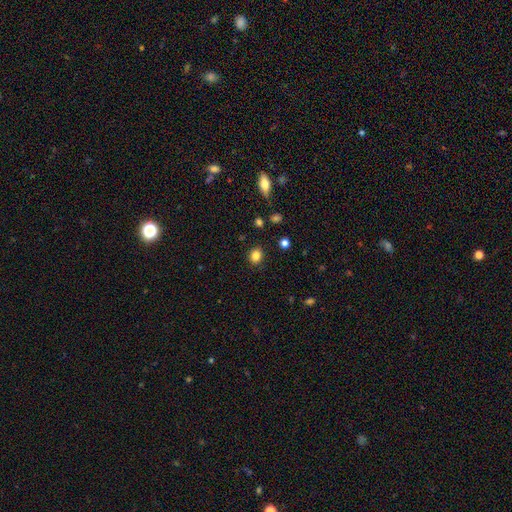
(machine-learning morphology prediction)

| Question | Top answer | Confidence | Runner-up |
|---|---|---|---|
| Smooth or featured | smooth | 83% | star or artifact (12%) |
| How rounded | round | 68% | in between (31%) |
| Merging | none | 88% | minor disturbance (8%) |